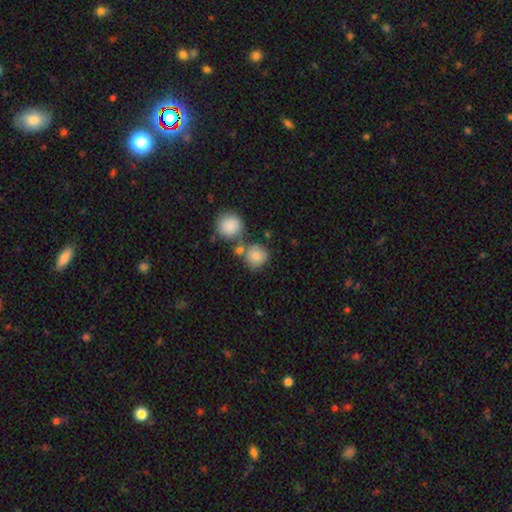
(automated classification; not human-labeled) smooth 81%, featured or disk 10%, star or artifact 9%. Down the decision tree: how rounded — round (88%); merging — none (57%).